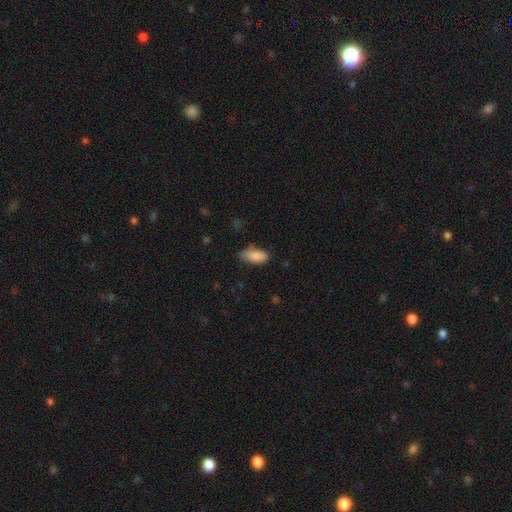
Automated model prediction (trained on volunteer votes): smooth 87%, star or artifact 7%, featured or disk 6%. Down the decision tree: how rounded — in between (89%); merging — none (66%).